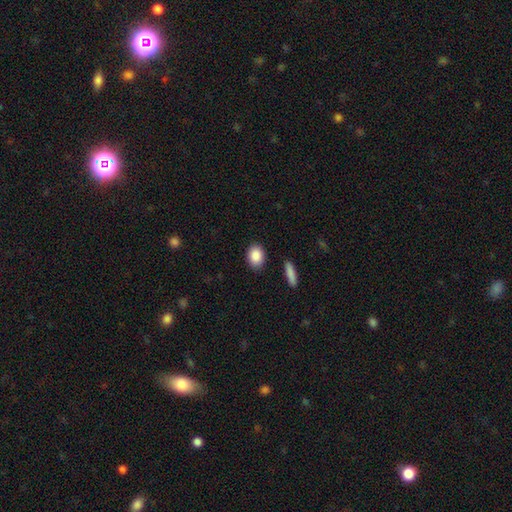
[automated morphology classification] A smooth galaxy with no disk features (88%) that is in between round and cigar-shaped (74%). Merging: none (87%).